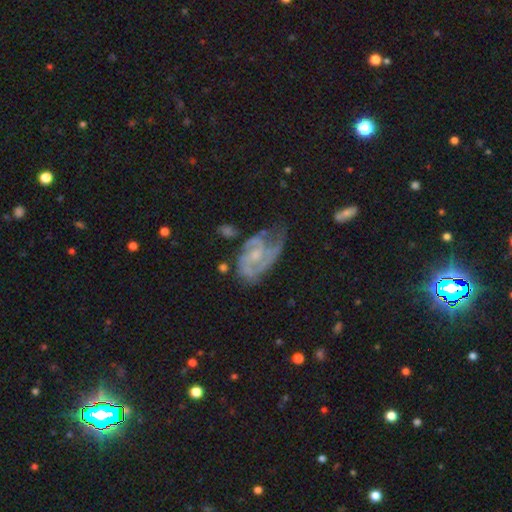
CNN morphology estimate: type=featured or disk (79%); edge-on=no (97%); bar=no (58%); spiral arms=yes (90%); winding=medium (44%); arm count=2 (50%); bulge=small (50%); merging=none (38%).